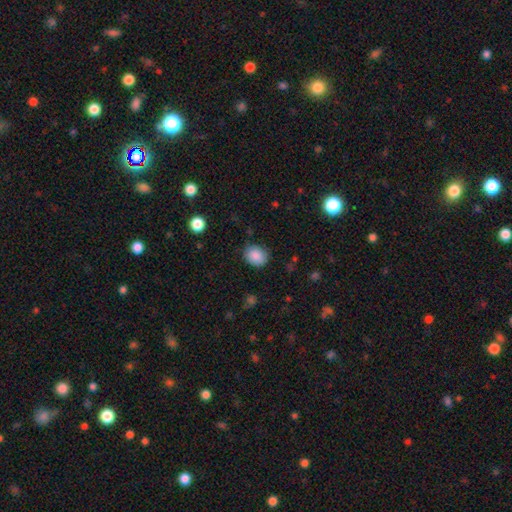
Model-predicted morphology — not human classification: smooth-or-featured: smooth: 87% | star or artifact: 9% | featured or disk: 4%
  how-rounded: round: 57% | in between: 42% | cigar-shaped: 1%
  merging: none: 82% | minor disturbance: 14% | major disturbance: 3% | merger: 1%